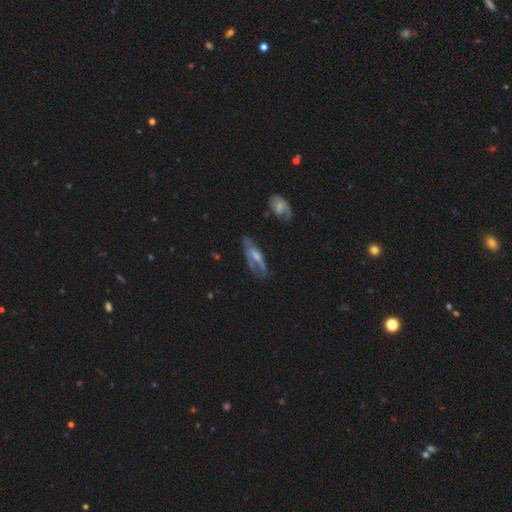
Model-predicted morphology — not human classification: Overall: featured or disk (61%; smooth 28%). Edge-on disk: no (73%). Merging: none (55%; minor disturbance 22%).